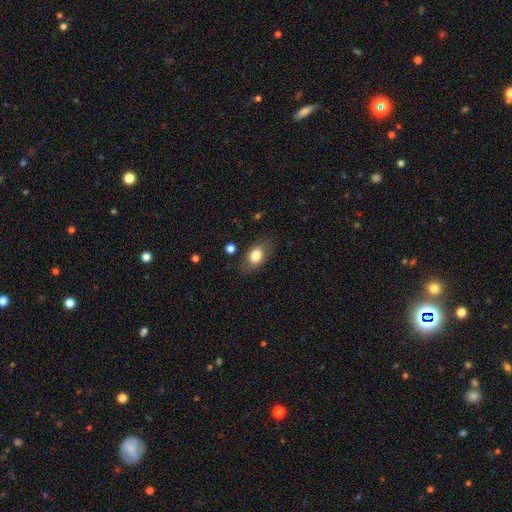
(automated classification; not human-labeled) Q: Smooth or featured?
A: smooth (79%); runner-up: featured or disk (13%)
Q: How rounded?
A: in between (80%); runner-up: round (18%)
Q: Merging?
A: none (76%); runner-up: minor disturbance (16%)